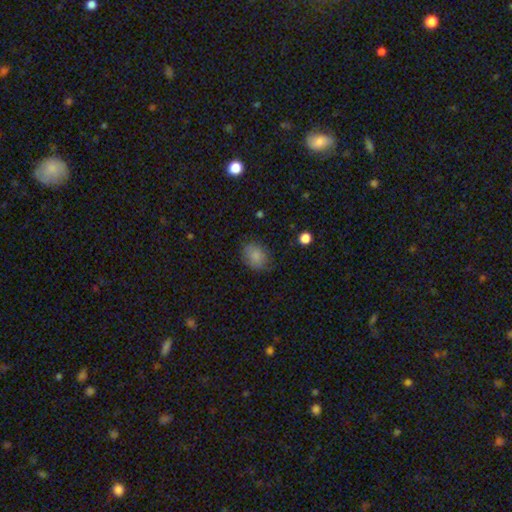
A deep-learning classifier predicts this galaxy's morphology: Smooth or featured?
  - smooth: 85% *
  - star or artifact: 9%
  - featured or disk: 6%
How rounded?
  - in between: 52% *
  - round: 47%
  - cigar-shaped: 1%
Merging?
  - none: 76% *
  - minor disturbance: 18%
  - major disturbance: 5%
  - merger: 1%